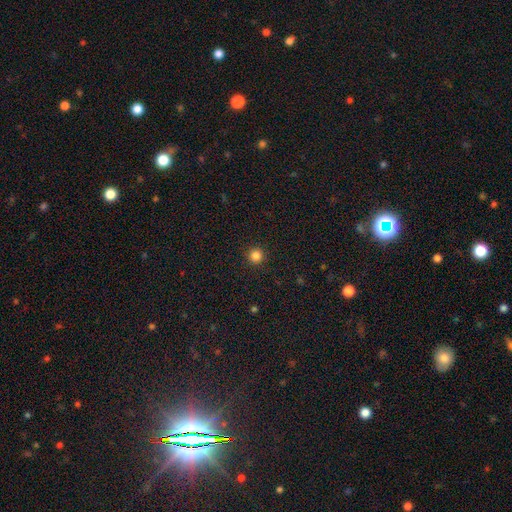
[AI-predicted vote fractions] Smooth or featured? Predicted: smooth (p=0.84). How rounded? Predicted: round (p=0.96). Merging? Predicted: none (p=0.93).